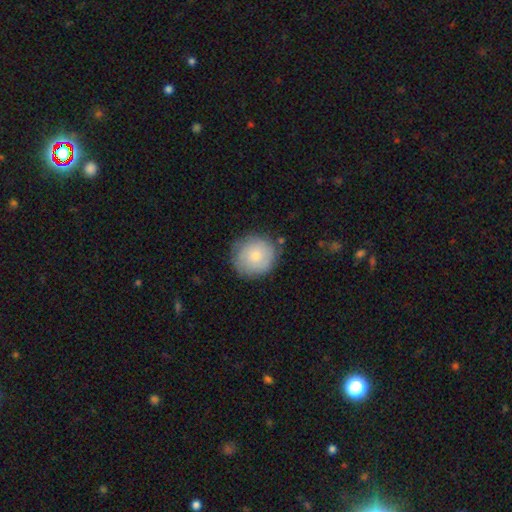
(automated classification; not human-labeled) Smooth or featured: smooth — 73% (featured or disk — 20%)
How rounded: round — 91% (in between — 8%)
Merging: none — 77% (minor disturbance — 17%)